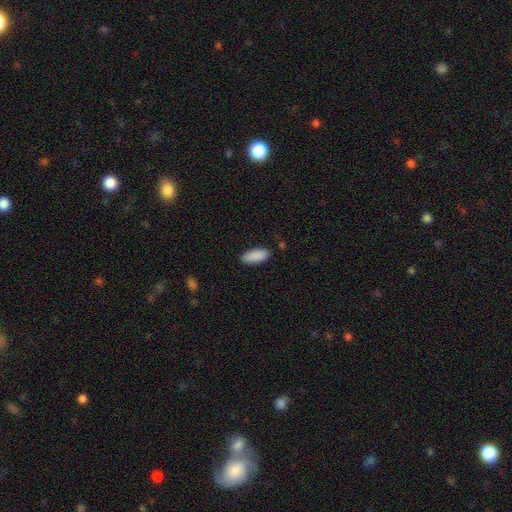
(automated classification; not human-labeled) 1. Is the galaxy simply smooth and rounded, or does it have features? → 90% smooth, 6% star or artifact, 4% featured or disk.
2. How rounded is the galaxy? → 84% in between, 14% cigar-shaped, 2% round.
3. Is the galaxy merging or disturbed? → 87% none, 10% minor disturbance, 2% major disturbance, 1% merger.